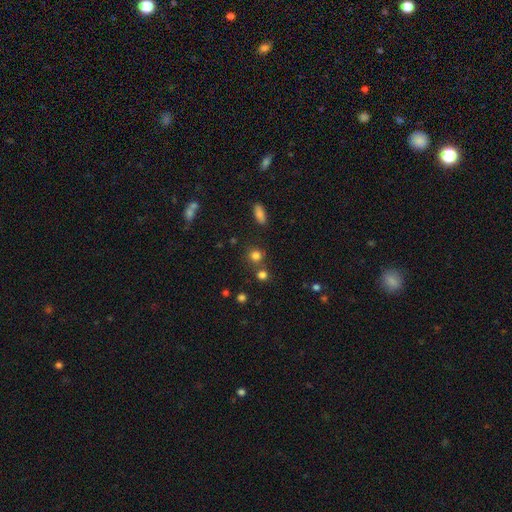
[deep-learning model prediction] Smooth or featured: smooth — 78% (star or artifact — 16%)
How rounded: round — 88% (in between — 11%)
Merging: none — 70% (merger — 18%)